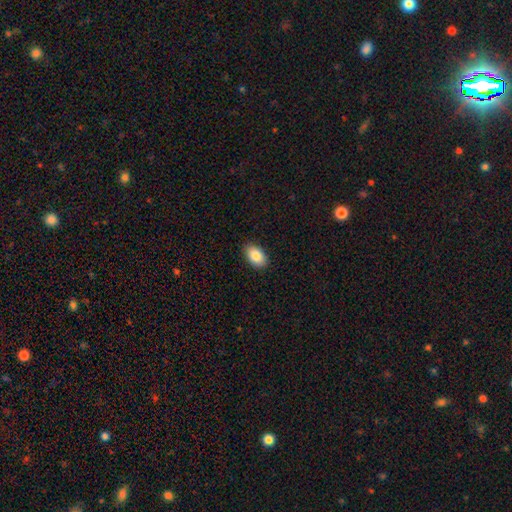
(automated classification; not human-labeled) Smooth or featured? smooth (87%)
How rounded? in between (93%)
Merging? none (89%)